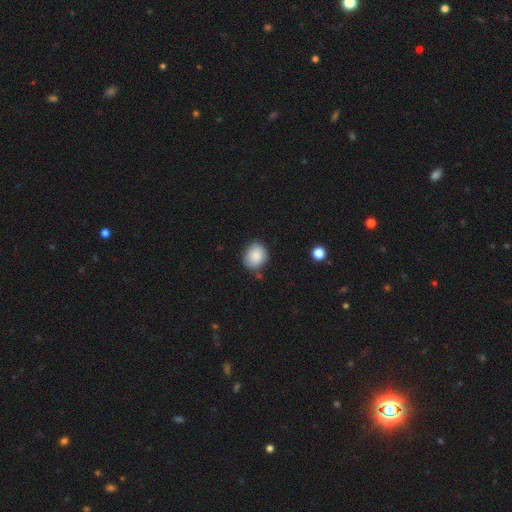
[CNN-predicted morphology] A smooth galaxy with no disk features (88%) that is round (65%). Merging: none (76%).